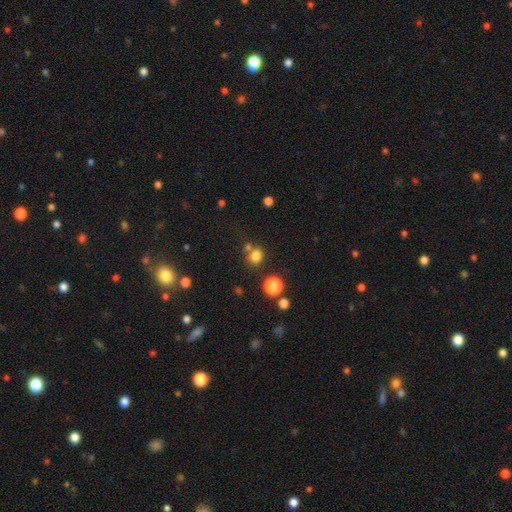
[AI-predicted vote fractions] This is likely a smooth galaxy (78%). How rounded: likely round (64%). Merging: likely none (66%).